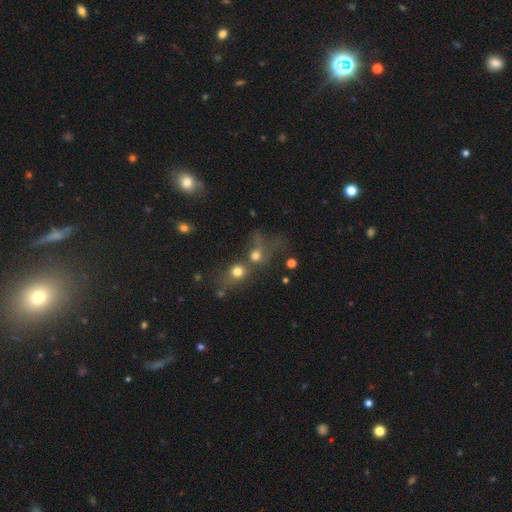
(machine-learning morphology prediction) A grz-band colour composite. It shows a smooth galaxy with no disk features (58%) that is round (76%). Merging: merger (50%).